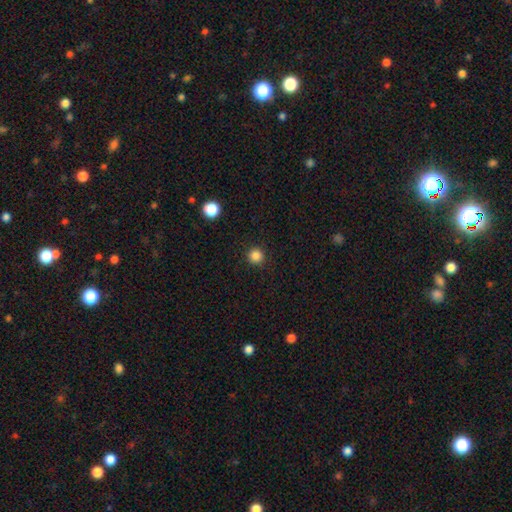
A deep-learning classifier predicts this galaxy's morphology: This is clearly a smooth galaxy (84%). How rounded: clearly round (96%). Merging: clearly none (92%).